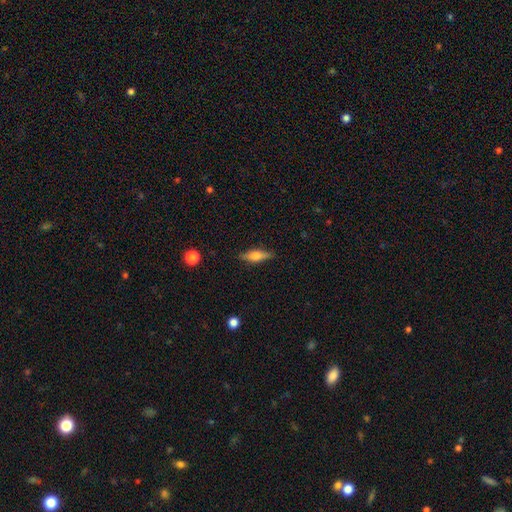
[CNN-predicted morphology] A smooth galaxy with no disk features (52%) that is cigar-shaped (50%).

Vote fractions:
- Smooth or featured? smooth: 52% / featured or disk: 40% / star or artifact: 7%
- How rounded? cigar-shaped: 50% / in between: 46% / round: 4%
- Merging? none: 85% / minor disturbance: 11% / major disturbance: 3% / merger: 1%